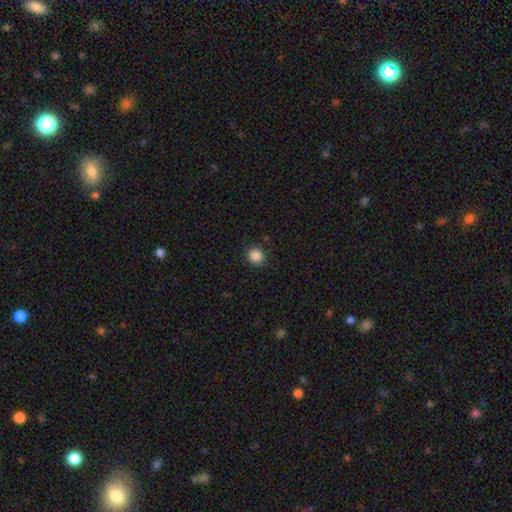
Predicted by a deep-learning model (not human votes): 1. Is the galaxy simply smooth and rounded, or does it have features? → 87% smooth, 10% star or artifact, 3% featured or disk.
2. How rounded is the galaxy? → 89% round, 11% in between, 1% cigar-shaped.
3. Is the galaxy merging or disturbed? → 90% none, 7% minor disturbance, 2% major disturbance, 1% merger.